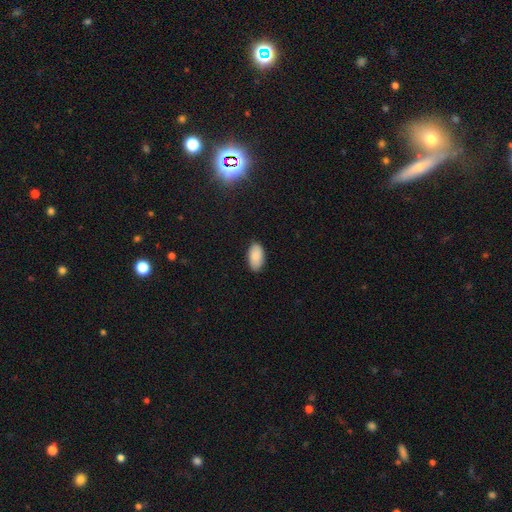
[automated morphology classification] Smooth or featured: smooth — 87% (star or artifact — 7%)
How rounded: in between — 95% (round — 3%)
Merging: none — 84% (minor disturbance — 13%)